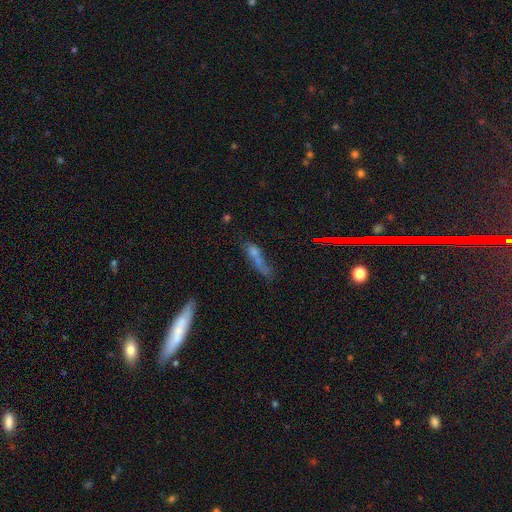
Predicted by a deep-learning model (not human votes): Smooth or featured? Predicted: smooth (p=0.53). How rounded? Predicted: cigar-shaped (p=0.55). Merging? Predicted: merger (p=0.30, tied with none).